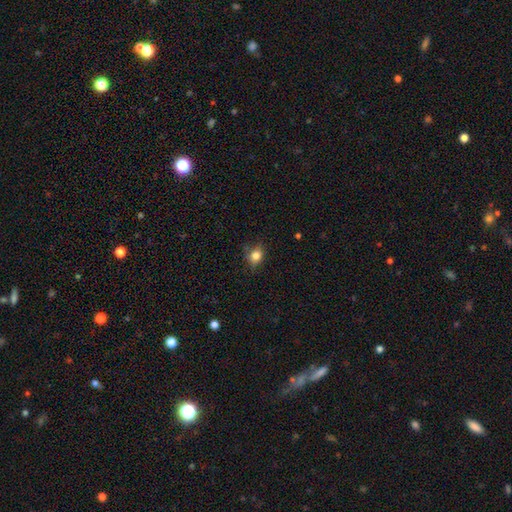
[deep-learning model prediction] Q: Smooth or featured?
A: smooth (80%); runner-up: star or artifact (11%)
Q: How rounded?
A: round (59%); runner-up: in between (40%)
Q: Merging?
A: none (66%); runner-up: minor disturbance (26%)